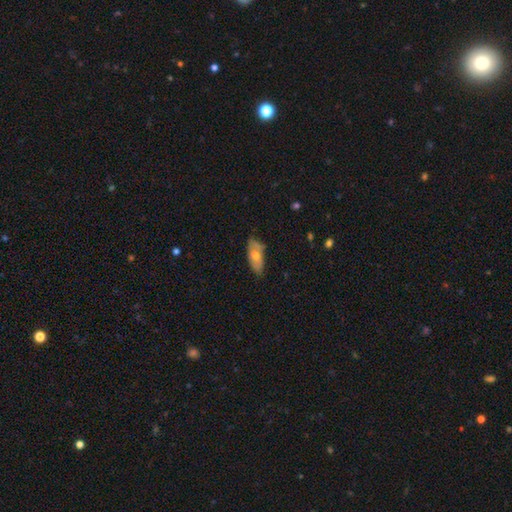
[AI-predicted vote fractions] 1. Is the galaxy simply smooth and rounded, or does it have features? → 55% smooth, 37% featured or disk, 8% star or artifact.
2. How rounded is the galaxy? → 78% in between, 18% cigar-shaped, 3% round.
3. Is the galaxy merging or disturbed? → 70% none, 23% minor disturbance, 4% major disturbance, 2% merger.